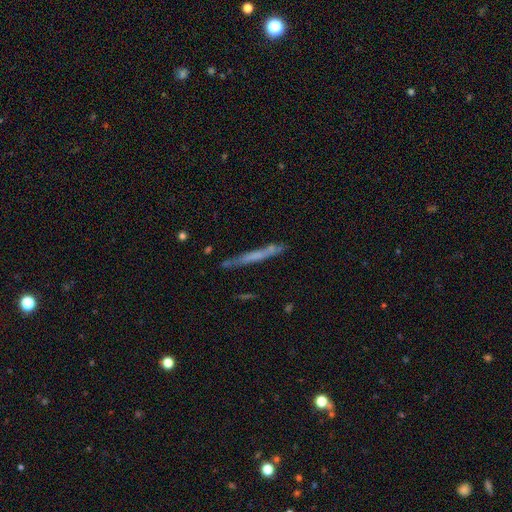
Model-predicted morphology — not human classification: This appears to be a smooth galaxy with no disk features (49%). Merging: none (78%).